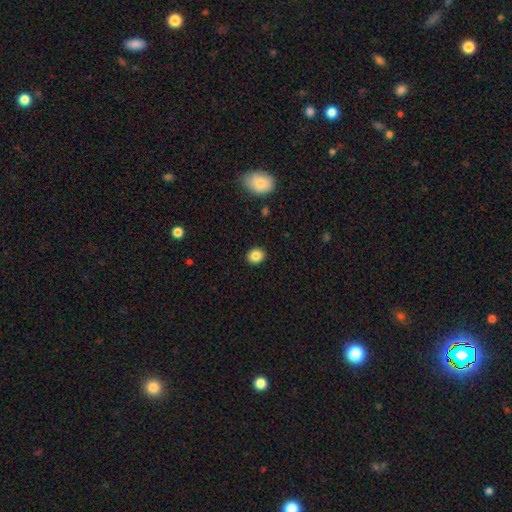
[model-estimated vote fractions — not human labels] A smooth galaxy with no disk features (85%) that is round (63%). Merging: none (90%).